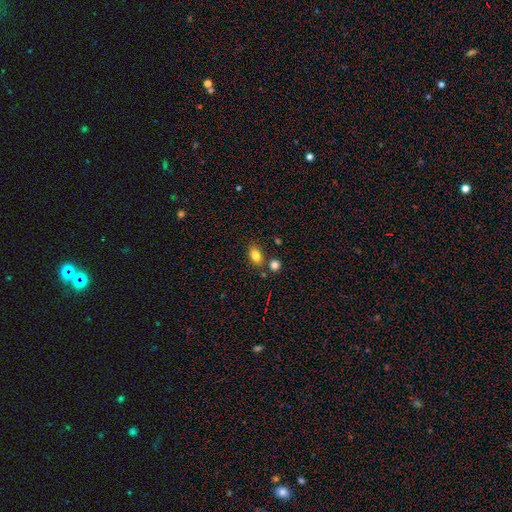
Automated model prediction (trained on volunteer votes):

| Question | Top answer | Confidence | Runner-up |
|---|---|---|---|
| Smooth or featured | smooth | 83% | star or artifact (10%) |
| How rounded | in between | 80% | round (18%) |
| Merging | none | 73% | merger (13%) |